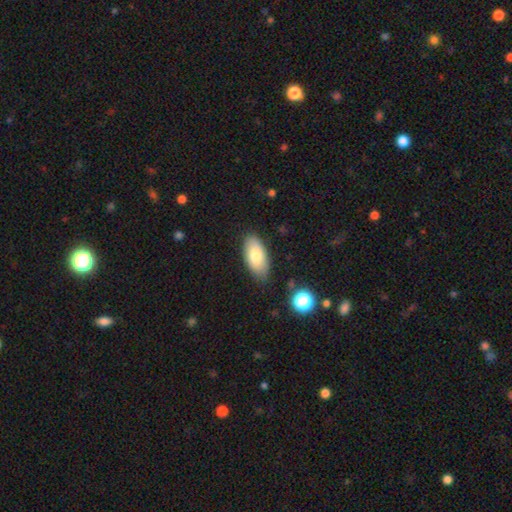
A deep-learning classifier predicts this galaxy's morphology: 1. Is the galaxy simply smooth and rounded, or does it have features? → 77% smooth, 16% featured or disk, 7% star or artifact.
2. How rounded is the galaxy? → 92% in between, 6% cigar-shaped, 2% round.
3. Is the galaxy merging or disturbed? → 81% none, 15% minor disturbance, 3% major disturbance, 2% merger.